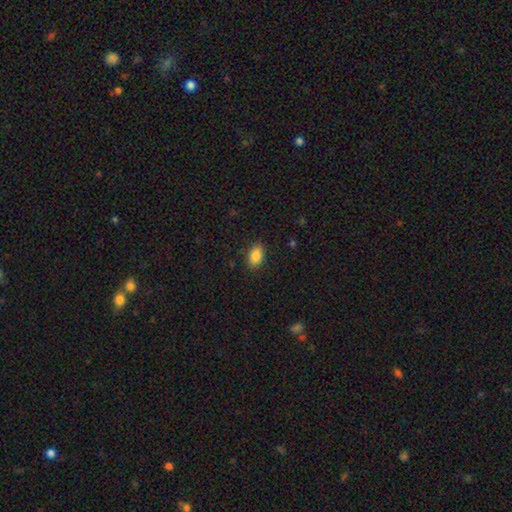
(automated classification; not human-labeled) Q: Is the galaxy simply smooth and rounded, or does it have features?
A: smooth — 86%.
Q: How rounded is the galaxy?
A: in between — 88%.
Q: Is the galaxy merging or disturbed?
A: none — 87%.